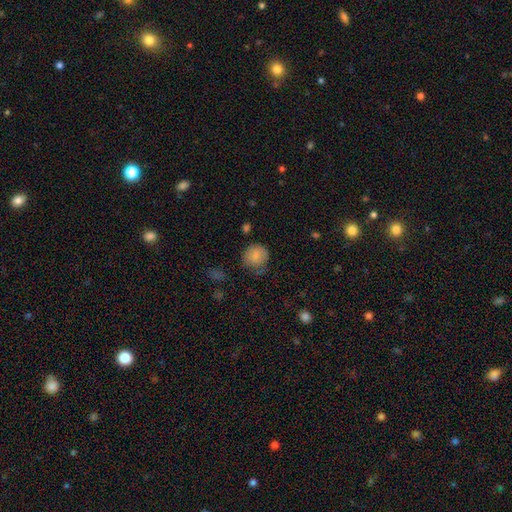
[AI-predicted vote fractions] Smooth or featured? Predicted: smooth (p=0.82). How rounded? Predicted: round (p=0.86). Merging? Predicted: none (p=0.65).